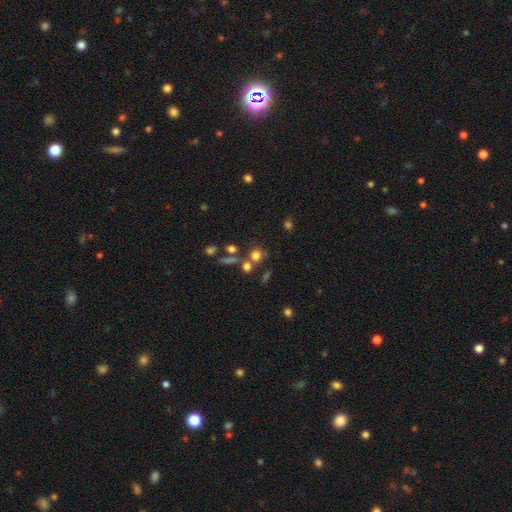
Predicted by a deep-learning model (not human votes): Smooth or featured? Predicted: smooth (p=0.71). How rounded? Predicted: round (p=0.83). Merging? Predicted: none (p=0.56).